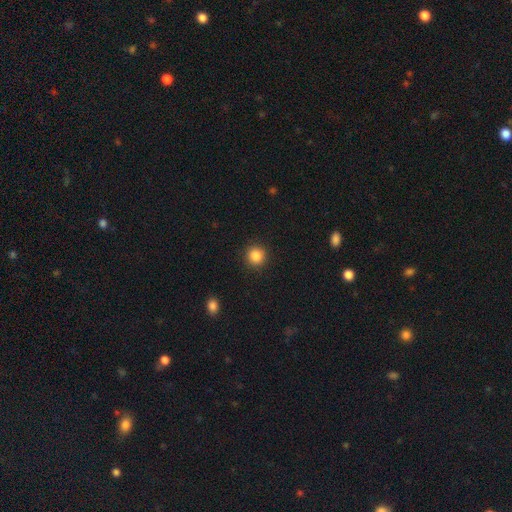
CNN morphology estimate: smooth 85%, star or artifact 11%, featured or disk 4%. Down the decision tree: how rounded — round (93%); merging — none (92%).